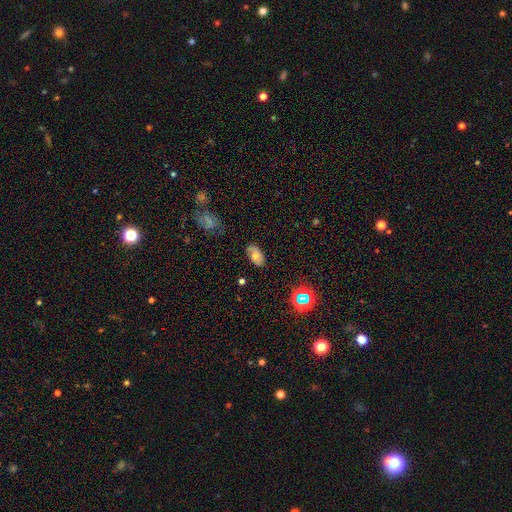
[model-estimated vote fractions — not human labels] This appears to be a smooth galaxy with no disk features (53%) that is in between round and cigar-shaped (91%). Merging: none (72%).